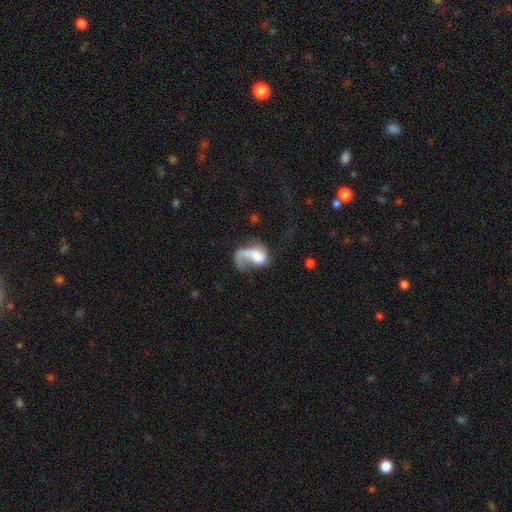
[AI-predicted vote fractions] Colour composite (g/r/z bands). It shows a featured or disk galaxy (61%) with no bar (58%), spiral arms (76%) and no central bulge (31%). Merging: major disturbance (48%).